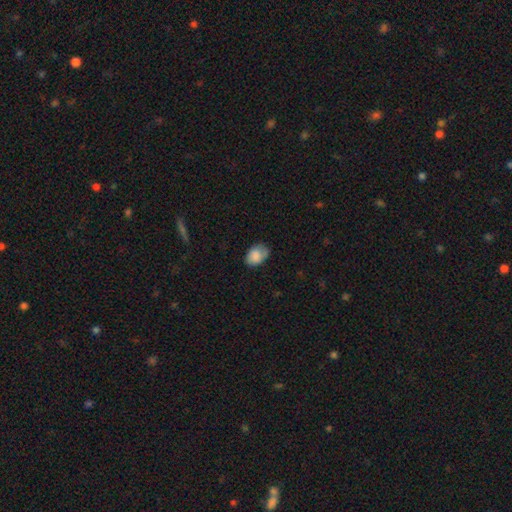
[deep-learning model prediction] smooth_or_featured: smooth (p=0.82) [alt: featured or disk p=0.11]
how_rounded: in between (p=0.78) [alt: round p=0.21]
merging: none (p=0.61) [alt: minor disturbance p=0.30]